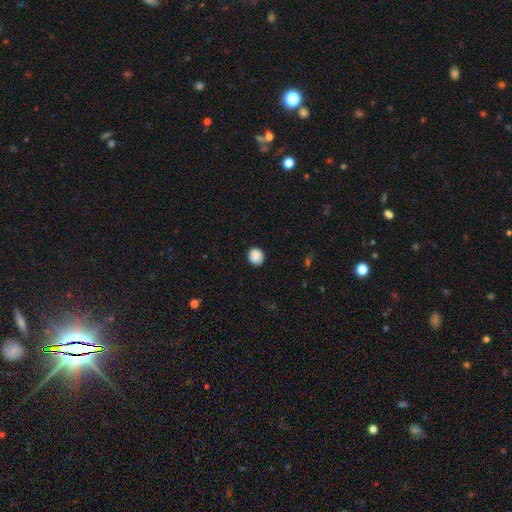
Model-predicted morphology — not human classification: smooth_or_featured: smooth (p=0.86) [alt: star or artifact p=0.09]
how_rounded: round (p=0.79) [alt: in between p=0.20]
merging: none (p=0.84) [alt: minor disturbance p=0.12]